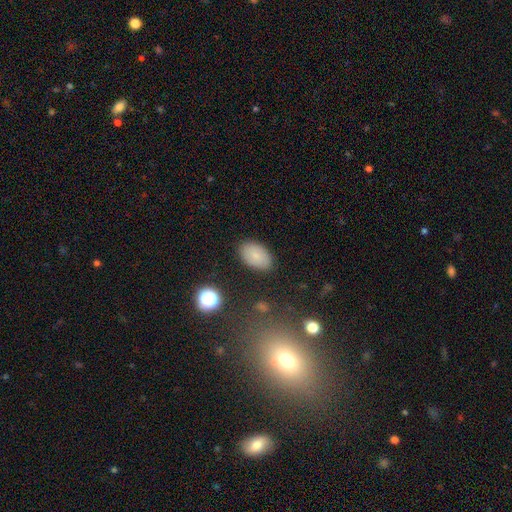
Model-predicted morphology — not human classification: The model was most divided on "smooth or featured": smooth: 82%, featured or disk: 9%, star or artifact: 9%. More confident: how rounded — in between (92%); merging — none (86%).